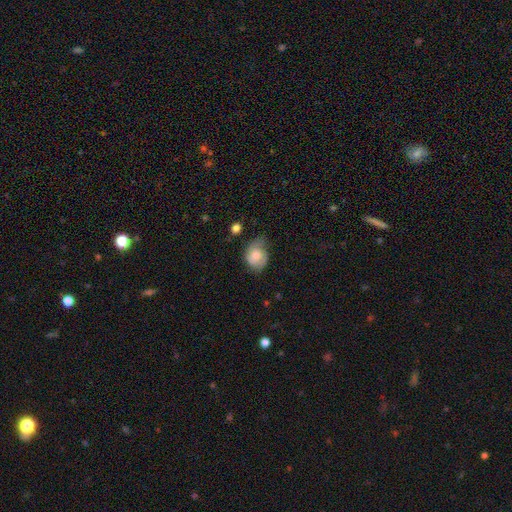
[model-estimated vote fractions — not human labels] Smooth or featured: smooth — 66% (featured or disk — 26%)
How rounded: in between — 57% (round — 42%)
Merging: minor disturbance — 42% (none — 38%)